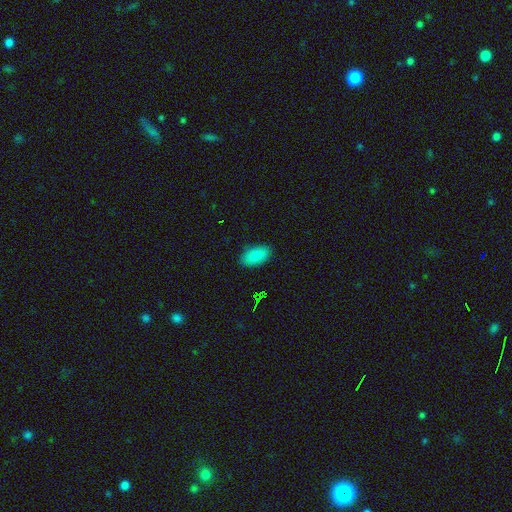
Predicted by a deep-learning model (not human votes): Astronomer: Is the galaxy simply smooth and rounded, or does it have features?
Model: smooth — 87%.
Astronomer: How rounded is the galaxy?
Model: in between — 92%.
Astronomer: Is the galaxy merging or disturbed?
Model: none — 87%.